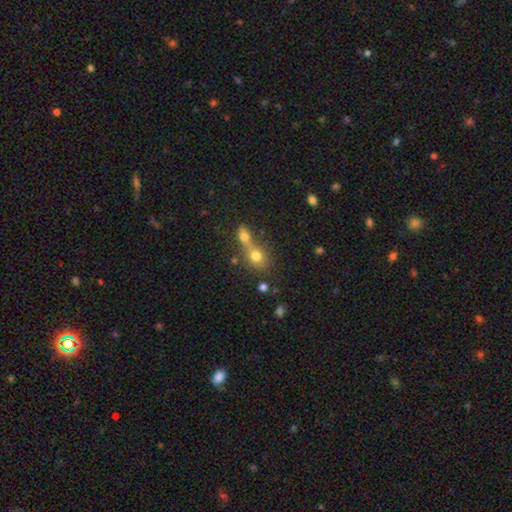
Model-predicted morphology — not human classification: A smooth galaxy with no disk features (73%) that is round (55%). Merging: merger (62%).